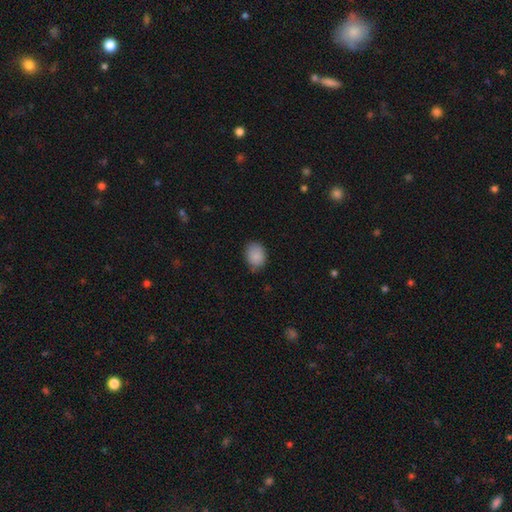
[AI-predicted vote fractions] A smooth galaxy with no disk features (87%) that is in between round and cigar-shaped (59%).

Vote fractions:
- Smooth or featured? smooth: 87% / star or artifact: 8% / featured or disk: 5%
- How rounded? in between: 59% / round: 40% / cigar-shaped: 1%
- Merging? none: 73% / minor disturbance: 23% / major disturbance: 4% / merger: 1%